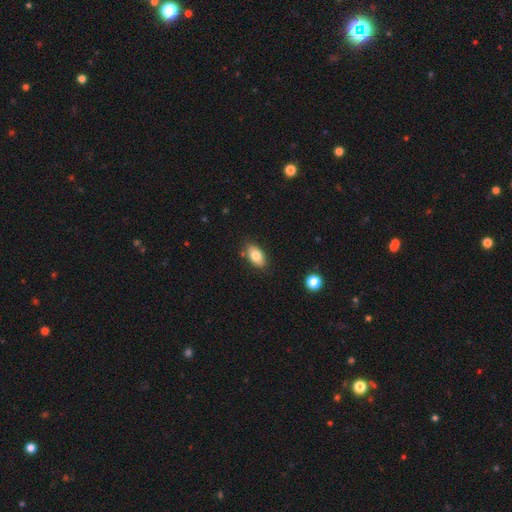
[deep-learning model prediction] This is clearly a smooth galaxy (81%). How rounded: clearly in between (91%). Merging: clearly none (83%).